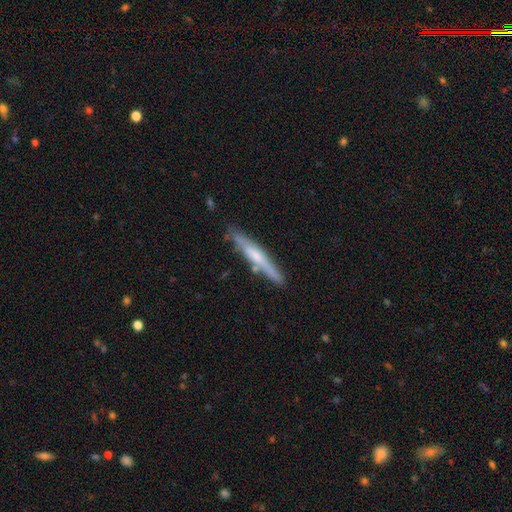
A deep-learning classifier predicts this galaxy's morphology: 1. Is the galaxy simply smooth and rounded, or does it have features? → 52% featured or disk, 43% smooth, 6% star or artifact.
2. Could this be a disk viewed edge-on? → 92% yes, 8% no.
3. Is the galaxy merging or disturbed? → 78% none, 15% minor disturbance, 4% merger, 3% major disturbance.